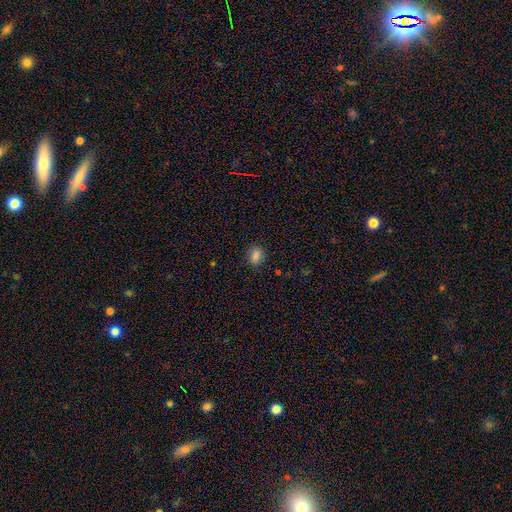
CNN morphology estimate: Smooth or featured? Predicted: smooth (p=0.82). How rounded? Predicted: in between (p=0.55). Merging? Predicted: none (p=0.84).